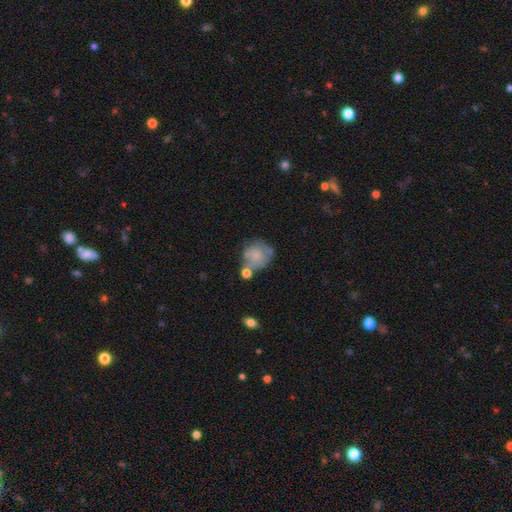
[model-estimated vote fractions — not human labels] This appears to be a smooth galaxy with no disk features (60%) that is round (76%). Merging: none (43%).